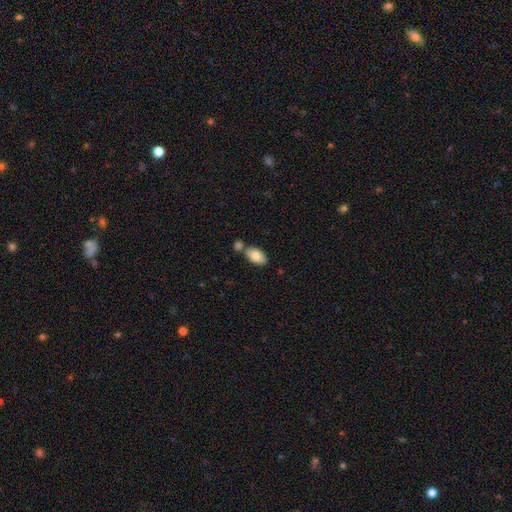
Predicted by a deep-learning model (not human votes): smooth-or-featured: smooth: 78% | featured or disk: 16% | star or artifact: 6%
  how-rounded: in between: 93% | round: 6% | cigar-shaped: 2%
  merging: none: 62% | merger: 23% | minor disturbance: 12% | major disturbance: 3%